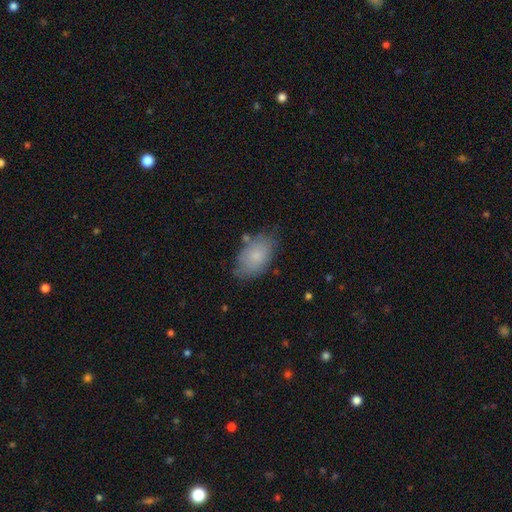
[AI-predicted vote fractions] This appears to be a smooth galaxy with no disk features (77%) that is in between round and cigar-shaped (92%). Merging: none (68%).